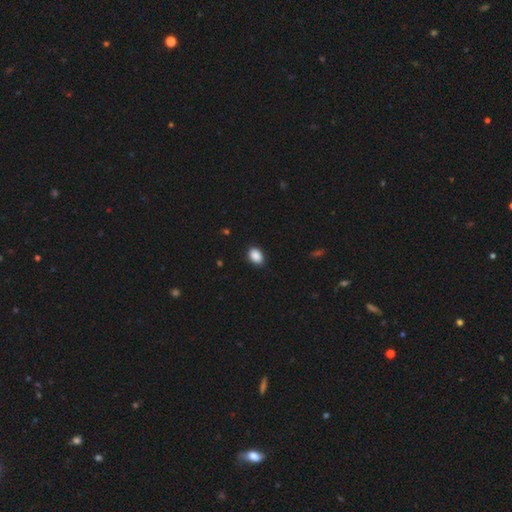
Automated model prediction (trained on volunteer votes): Smooth or featured?
  - smooth: 89% *
  - star or artifact: 8%
  - featured or disk: 3%
How rounded?
  - in between: 82% *
  - round: 17%
  - cigar-shaped: 1%
Merging?
  - none: 85% *
  - minor disturbance: 12%
  - major disturbance: 2%
  - merger: 1%